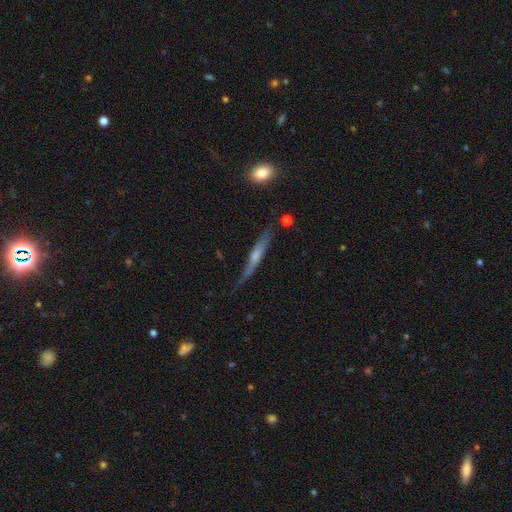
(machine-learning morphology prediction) This appears to be a featured or disk galaxy (58%) viewed edge-on (92%) with a rounded central bulge (58%). Merging: none (68%).